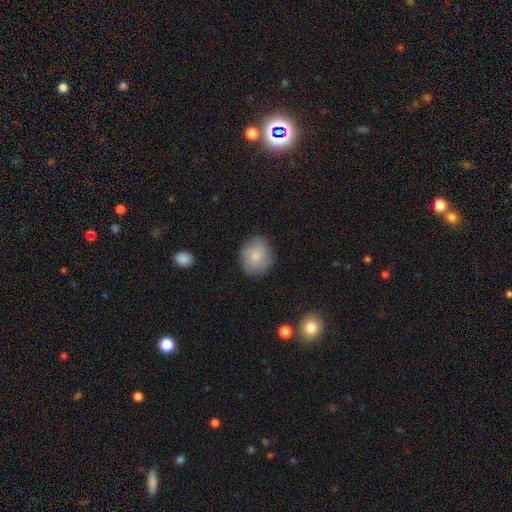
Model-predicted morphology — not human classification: smooth 76%, featured or disk 17%, star or artifact 8%. Down the decision tree: how rounded — round (75%); merging — none (80%).